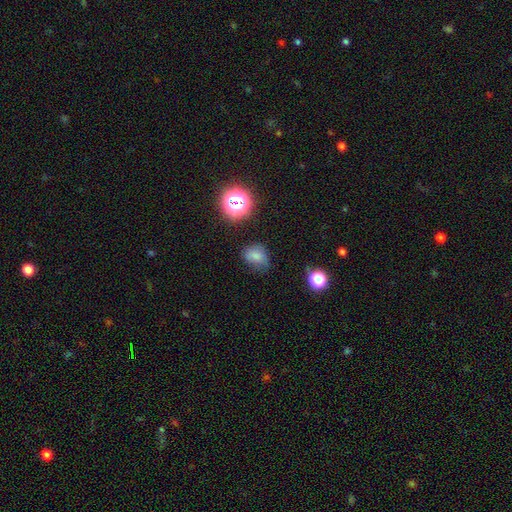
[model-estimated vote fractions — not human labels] Q: Smooth or featured?
A: smooth (73%); runner-up: star or artifact (17%)
Q: How rounded?
A: in between (53%); runner-up: round (46%)
Q: Merging?
A: none (57%); runner-up: minor disturbance (30%)